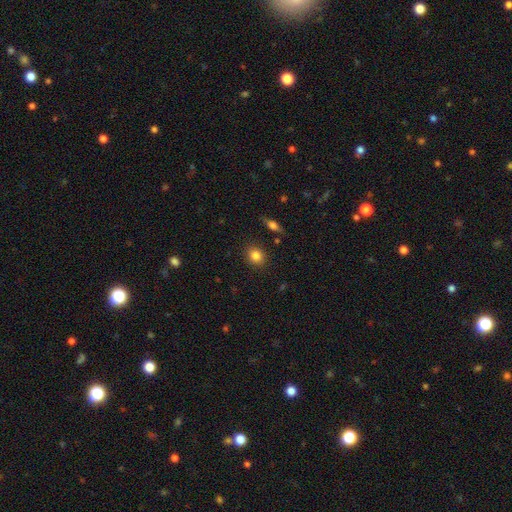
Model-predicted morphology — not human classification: Smooth or featured: smooth — 83% (star or artifact — 10%)
How rounded: round — 69% (in between — 30%)
Merging: none — 88% (minor disturbance — 8%)